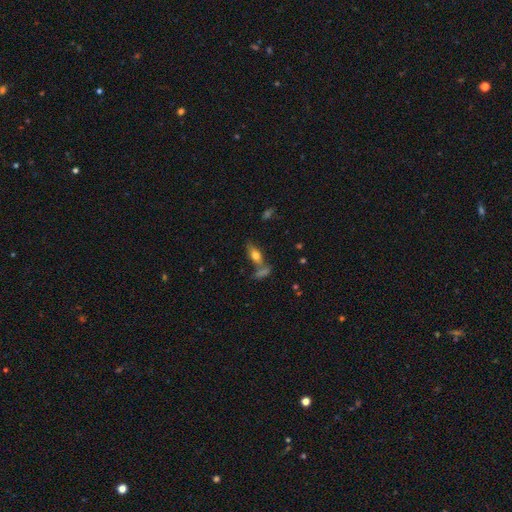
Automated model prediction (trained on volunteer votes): The model was most divided on "smooth or featured": smooth: 59%, featured or disk: 31%, star or artifact: 10%. More confident: how rounded — in between (64%); merging — none (60%).